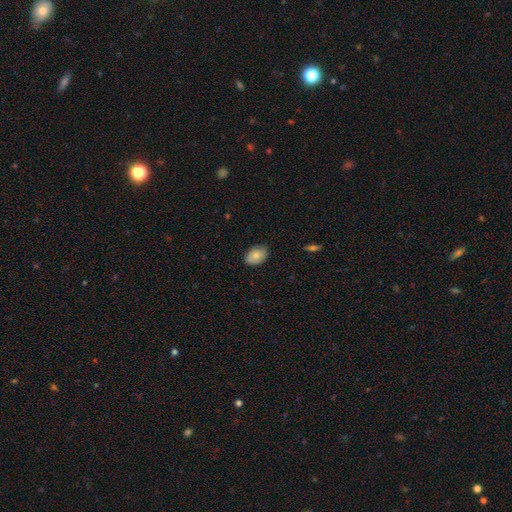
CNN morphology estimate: type=smooth (80%); roundness=in between (87%); merging=none (82%).